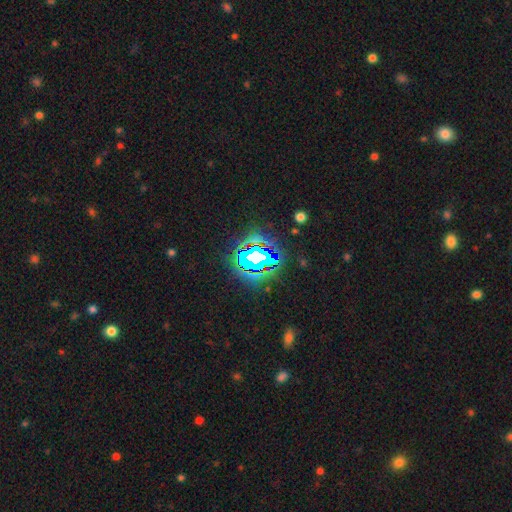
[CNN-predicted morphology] Q: Smooth or featured?
A: star or artifact (69%); runner-up: featured or disk (15%)